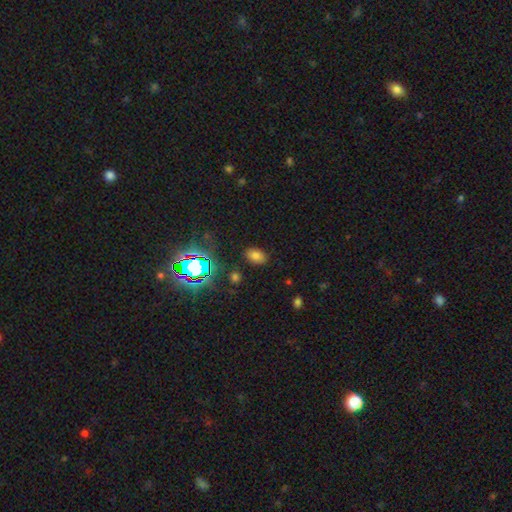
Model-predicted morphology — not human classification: Smooth or featured?
  - smooth: 70% *
  - star or artifact: 21%
  - featured or disk: 8%
How rounded?
  - in between: 82% *
  - round: 16%
  - cigar-shaped: 1%
Merging?
  - none: 85% *
  - minor disturbance: 10%
  - major disturbance: 3%
  - merger: 2%